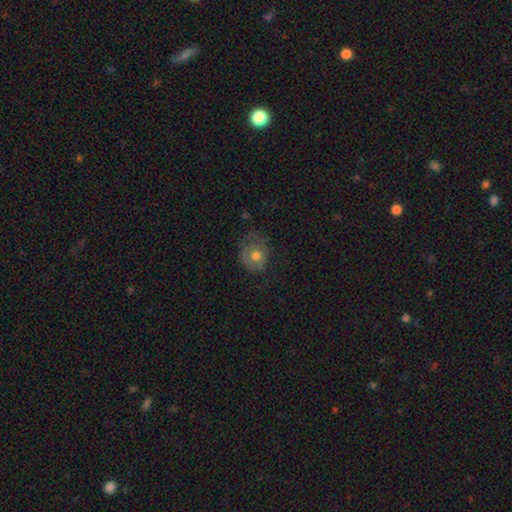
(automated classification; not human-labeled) Smooth or featured?
  - smooth: 52% *
  - featured or disk: 39%
  - star or artifact: 9%
How rounded?
  - round: 67% *
  - in between: 33%
  - cigar-shaped: 1%
Merging?
  - none: 52% *
  - minor disturbance: 28%
  - major disturbance: 18%
  - merger: 2%